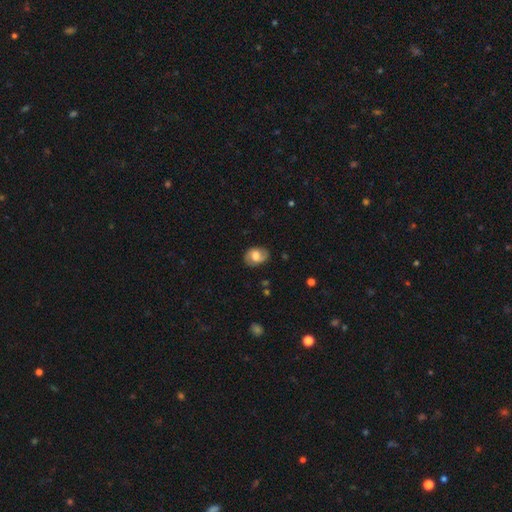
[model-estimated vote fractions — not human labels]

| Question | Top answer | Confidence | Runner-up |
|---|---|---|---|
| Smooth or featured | featured or disk | 49% | smooth (43%) |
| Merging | none | 81% | minor disturbance (14%) |